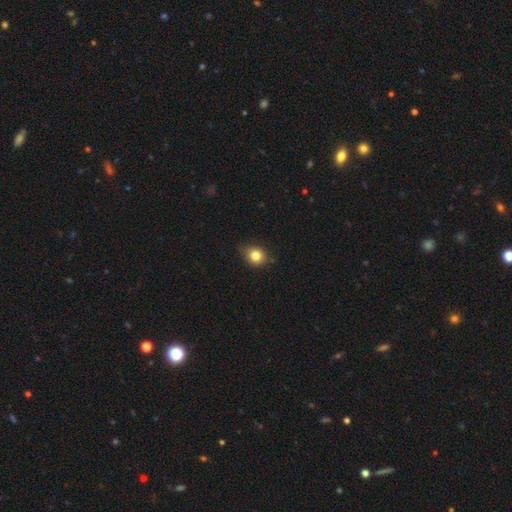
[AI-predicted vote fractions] Smooth or featured?
  - smooth: 82% *
  - star or artifact: 11%
  - featured or disk: 8%
How rounded?
  - round: 70% *
  - in between: 29%
  - cigar-shaped: 1%
Merging?
  - none: 78% *
  - minor disturbance: 18%
  - major disturbance: 3%
  - merger: 1%